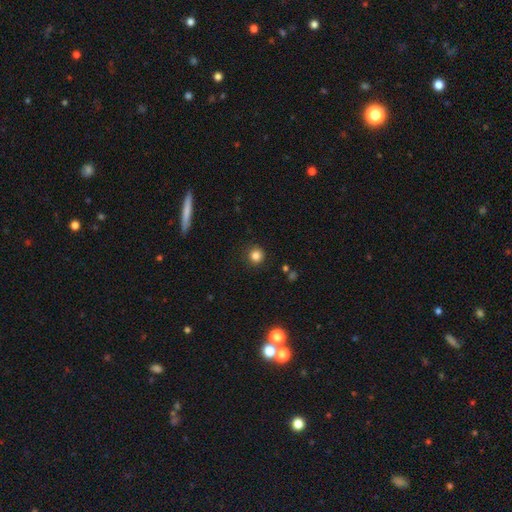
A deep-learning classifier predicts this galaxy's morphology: smooth_or_featured: smooth (p=0.84) [alt: star or artifact p=0.12]
how_rounded: round (p=0.94) [alt: in between p=0.05]
merging: none (p=0.89) [alt: minor disturbance p=0.07]